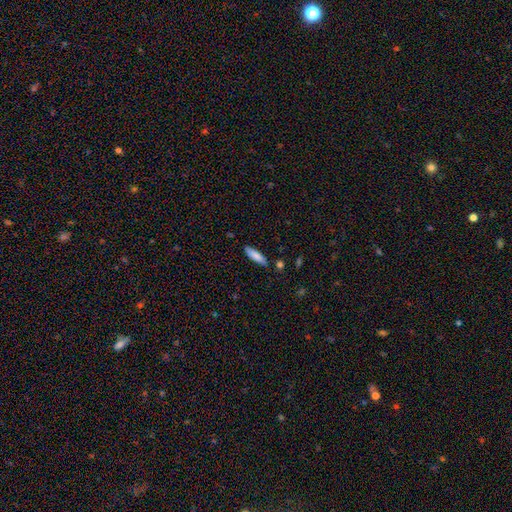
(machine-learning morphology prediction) A smooth galaxy with no disk features (82%) that is cigar-shaped (61%). Merging: none (83%).